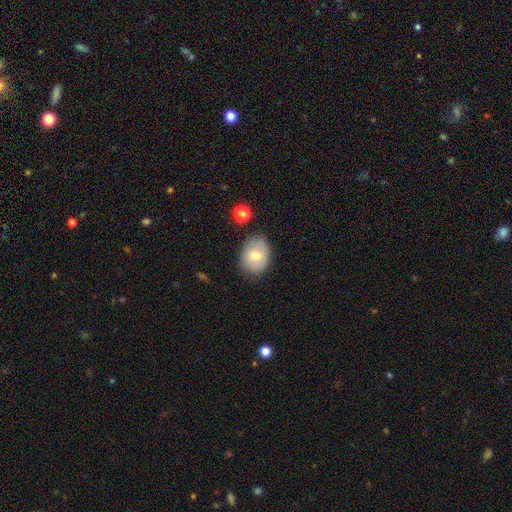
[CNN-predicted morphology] Smooth or featured? smooth (71%)
How rounded? in between (63%)
Merging? none (76%)